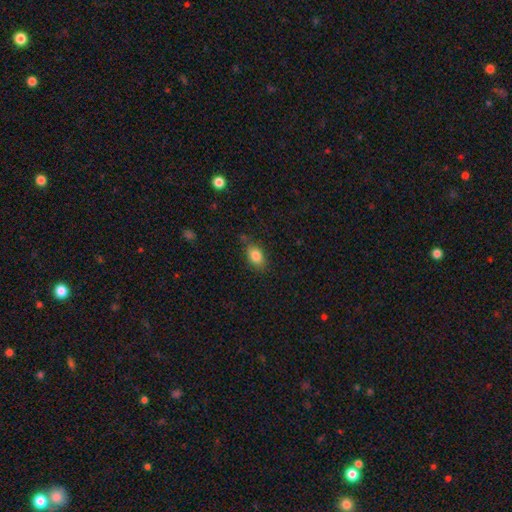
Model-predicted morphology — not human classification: The model was most divided on "merging": none: 73%, minor disturbance: 20%, major disturbance: 4%, merger: 3%. More confident: smooth or featured — smooth (83%); how rounded — in between (83%).